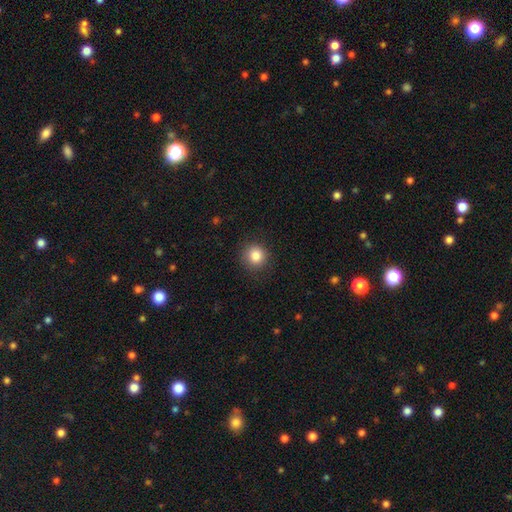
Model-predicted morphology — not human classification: A smooth galaxy with no disk features (84%) that is round (92%). Merging: none (89%).